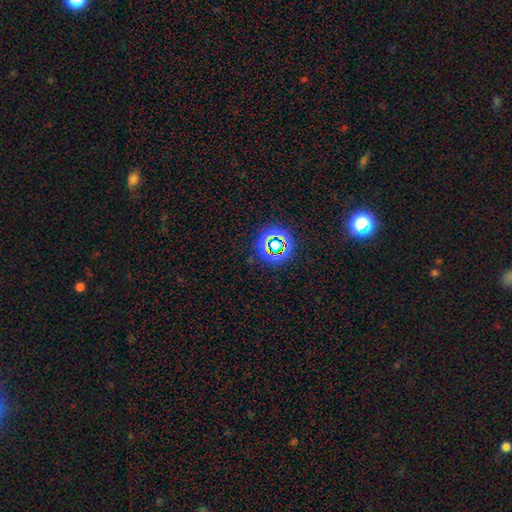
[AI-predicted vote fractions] Smooth or featured: star or artifact — 47% (smooth — 37%)